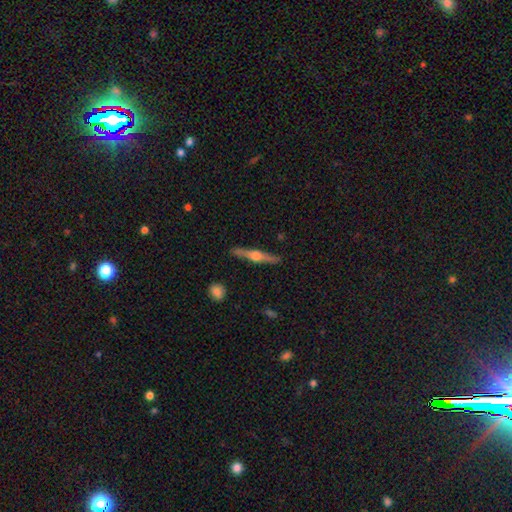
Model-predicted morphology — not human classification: A featured or disk galaxy (76%) viewed edge-on (98%) with a rounded central bulge (92%). Merging: none (90%).